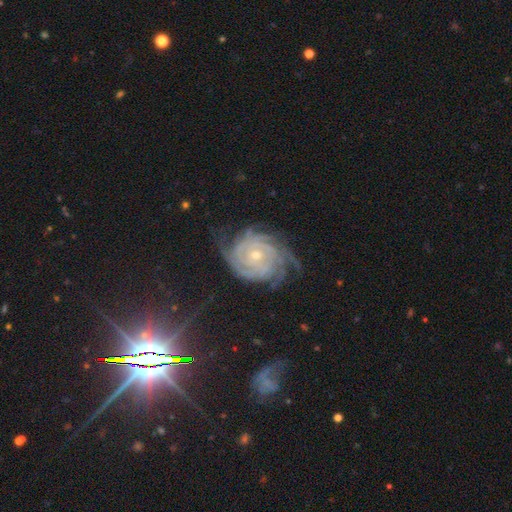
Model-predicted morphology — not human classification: The model was most divided on "spiral arm count": 4: 26%, can't tell: 23%, 3: 17%, more than 4: 15%, 2: 11%, 1: 8%. More confident: spiral arms — yes (98%); edge-on disk — no (97%); smooth or featured — featured or disk (87%); spiral winding — tight (79%); bar — no (71%); merging — none (69%); bulge size — small (65%).